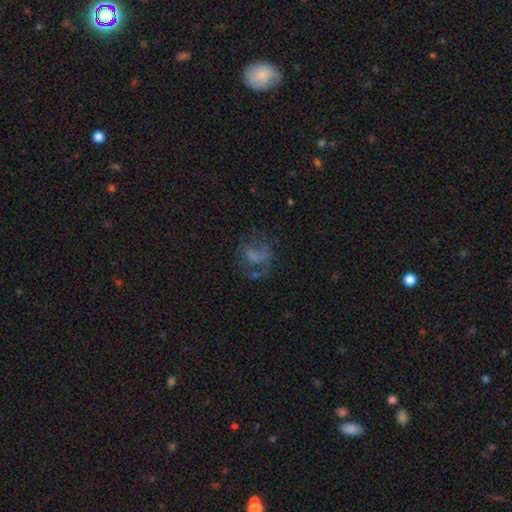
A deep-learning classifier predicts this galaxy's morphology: Q: Smooth or featured?
A: featured or disk (46%); runner-up: smooth (35%)
Q: Merging?
A: none (42%); runner-up: major disturbance (35%)